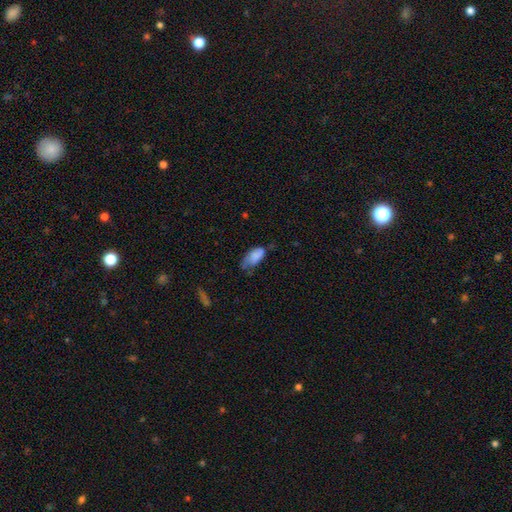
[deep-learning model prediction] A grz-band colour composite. It shows a smooth galaxy with no disk features (79%) that is in between round and cigar-shaped (92%). Merging: minor disturbance (42%).